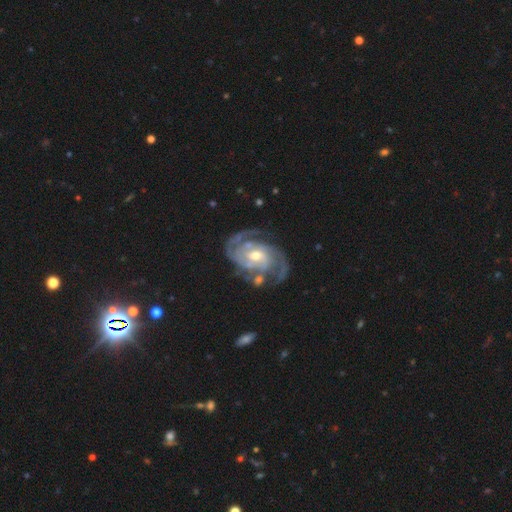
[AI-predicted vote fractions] smooth-or-featured: featured or disk: 92% | star or artifact: 4% | smooth: 3%
  disk-edge-on: no: 97% | yes: 3%
    bar: no: 48% | weak: 37% | strong: 14%
    has-spiral-arms: yes: 98% | no: 2%
      spiral-winding: tight: 58% | medium: 35% | loose: 7%
      spiral-arm-count: 2: 48% | 3: 24% | can't tell: 12% | 4: 7% | 1: 5% | more than 4: 5%
    bulge-size: moderate: 61% | small: 34% | large: 3% | none: 1% | dominant: 1%
  merging: none: 68% | minor disturbance: 18% | major disturbance: 9% | merger: 5%